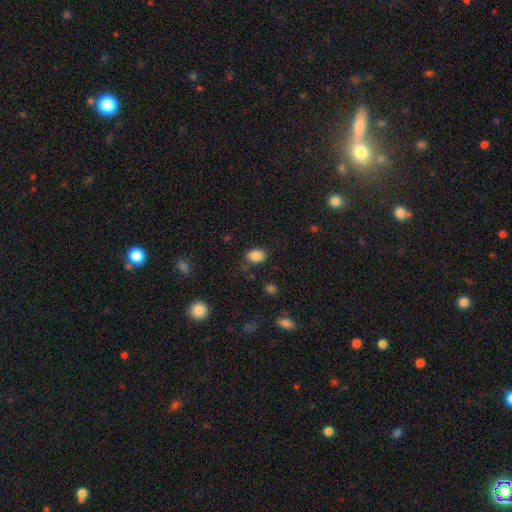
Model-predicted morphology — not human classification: Q: Smooth or featured?
A: smooth (86%); runner-up: star or artifact (9%)
Q: How rounded?
A: in between (80%); runner-up: round (19%)
Q: Merging?
A: none (79%); runner-up: minor disturbance (14%)